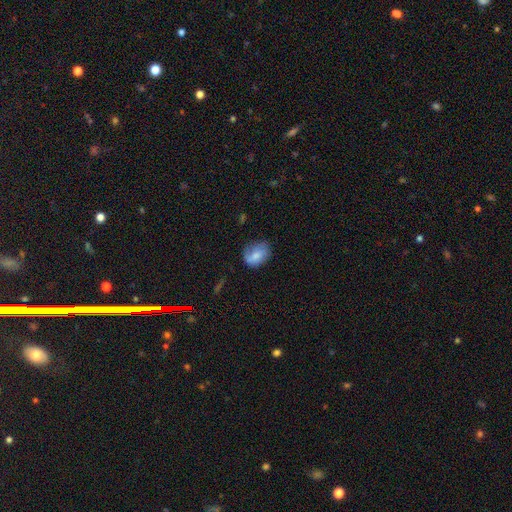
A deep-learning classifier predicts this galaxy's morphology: smooth-or-featured: smooth: 65% | featured or disk: 27% | star or artifact: 8%
  how-rounded: in between: 64% | round: 35% | cigar-shaped: 1%
  merging: none: 55% | minor disturbance: 31% | major disturbance: 12% | merger: 2%